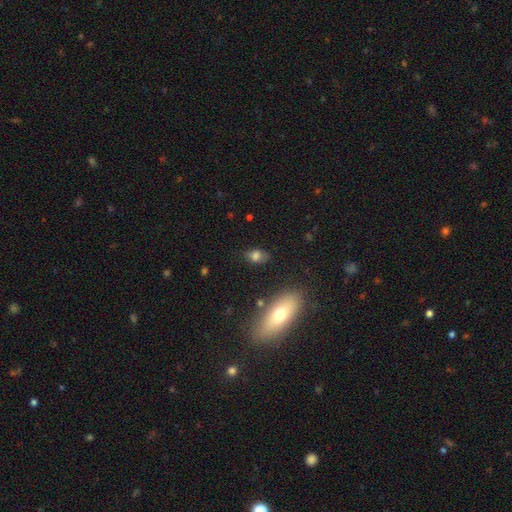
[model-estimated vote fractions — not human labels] smooth-or-featured: smooth: 73% | featured or disk: 14% | star or artifact: 13%
  how-rounded: in between: 79% | round: 18% | cigar-shaped: 3%
  merging: none: 66% | minor disturbance: 22% | major disturbance: 7% | merger: 6%